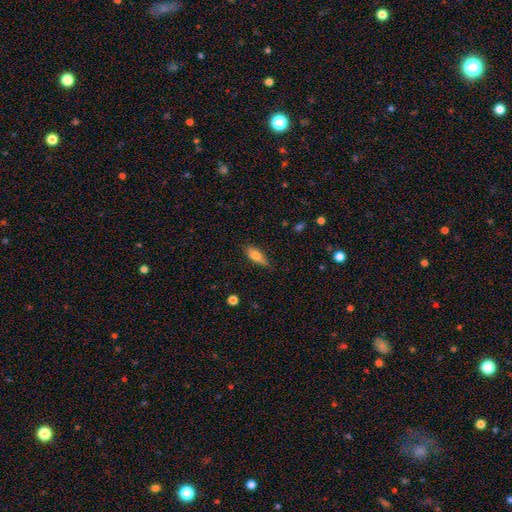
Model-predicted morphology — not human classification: Smooth or featured: smooth — 69% (featured or disk — 24%)
How rounded: in between — 53% (cigar-shaped — 44%)
Merging: none — 77% (minor disturbance — 18%)